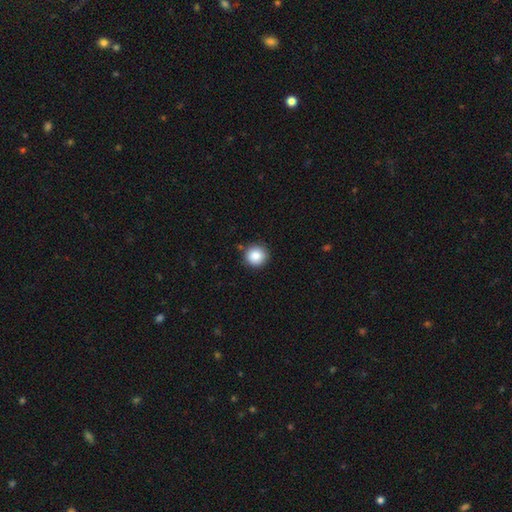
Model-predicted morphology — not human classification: Smooth or featured: smooth — 87% (star or artifact — 9%)
How rounded: round — 94% (in between — 5%)
Merging: none — 88% (minor disturbance — 8%)